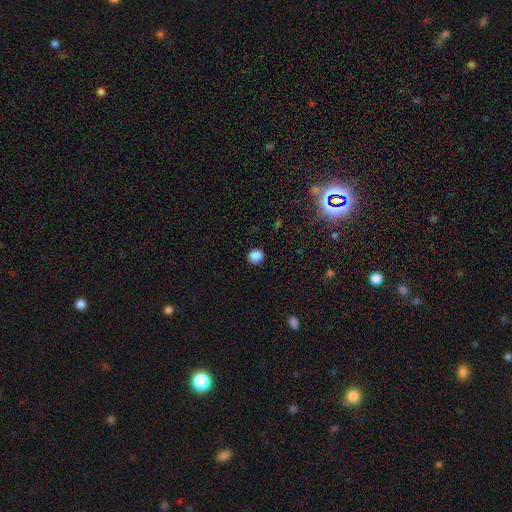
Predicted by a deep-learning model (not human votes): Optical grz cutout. It shows a smooth galaxy with no disk features (87%) that is round (81%). Merging: none (91%).